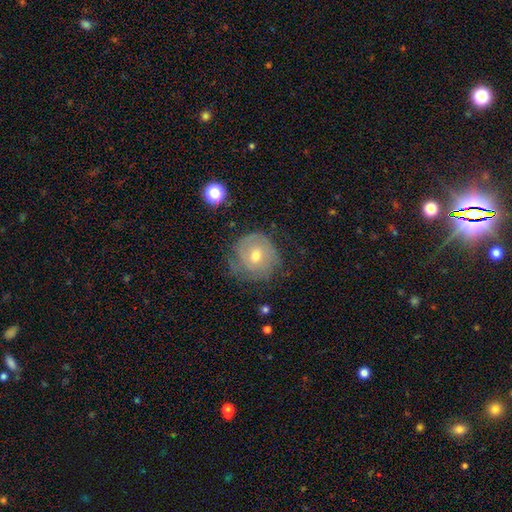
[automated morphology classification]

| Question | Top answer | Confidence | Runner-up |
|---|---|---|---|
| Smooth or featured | featured or disk | 59% | smooth (33%) |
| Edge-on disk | no | 96% | yes (4%) |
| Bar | no | 70% | weak (26%) |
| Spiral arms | yes | 74% | no (26%) |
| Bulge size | moderate | 65% | small (30%) |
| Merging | none | 64% | minor disturbance (24%) |